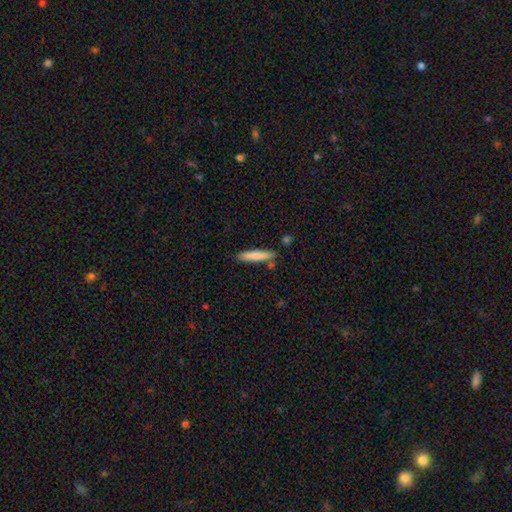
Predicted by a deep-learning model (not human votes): Q: Smooth or featured?
A: smooth (78%); runner-up: featured or disk (16%)
Q: How rounded?
A: cigar-shaped (89%); runner-up: in between (10%)
Q: Merging?
A: none (83%); runner-up: minor disturbance (11%)